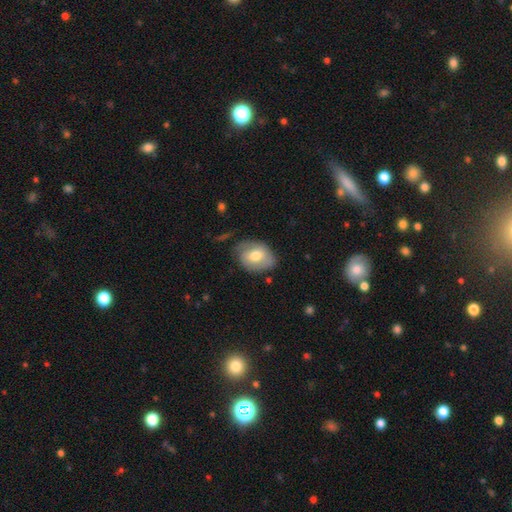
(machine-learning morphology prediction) Smooth or featured?
  - smooth: 64% *
  - featured or disk: 29%
  - star or artifact: 7%
How rounded?
  - in between: 67% *
  - round: 32%
  - cigar-shaped: 1%
Merging?
  - none: 63% *
  - minor disturbance: 27%
  - major disturbance: 8%
  - merger: 2%